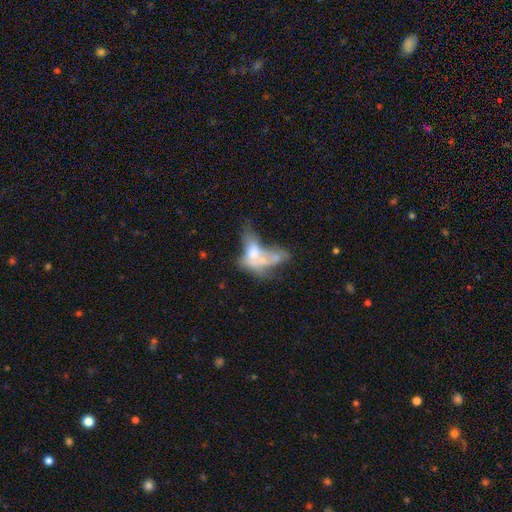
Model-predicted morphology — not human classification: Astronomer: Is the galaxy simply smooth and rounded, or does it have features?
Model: smooth — 46% (runner-up: featured or disk, 44%).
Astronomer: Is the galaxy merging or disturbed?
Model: merger — 61%.